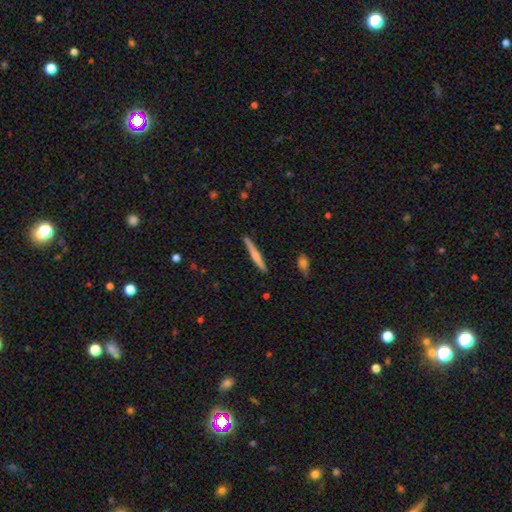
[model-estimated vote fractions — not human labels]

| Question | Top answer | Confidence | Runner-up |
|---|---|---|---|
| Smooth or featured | featured or disk | 49% | smooth (46%) |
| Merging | none | 89% | minor disturbance (8%) |